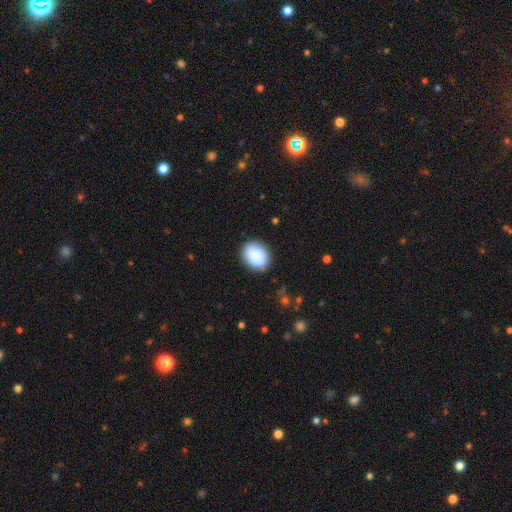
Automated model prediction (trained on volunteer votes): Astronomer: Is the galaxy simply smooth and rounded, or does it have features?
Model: smooth — 89%.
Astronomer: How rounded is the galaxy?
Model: in between — 59% (runner-up: round, 40%).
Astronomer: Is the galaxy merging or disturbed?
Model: none — 86%.